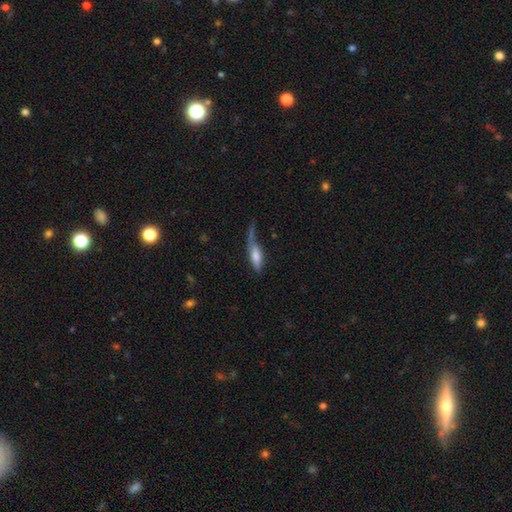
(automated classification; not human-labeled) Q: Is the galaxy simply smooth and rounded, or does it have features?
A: smooth — 64%.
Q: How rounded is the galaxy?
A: cigar-shaped — 52%.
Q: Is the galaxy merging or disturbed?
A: none — 34%.